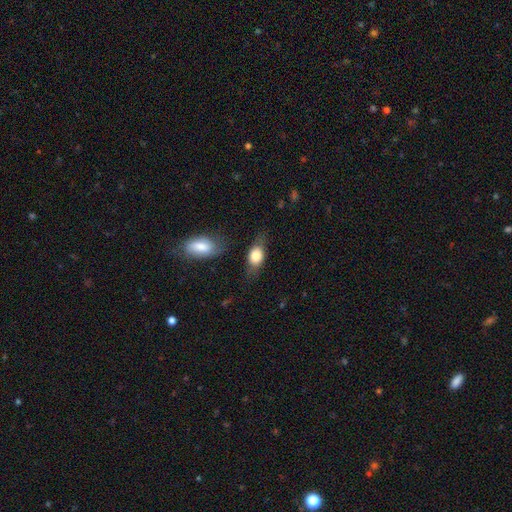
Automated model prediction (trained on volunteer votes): Morphology: type=smooth (74%); roundness=in between (79%); merging=none (66%).